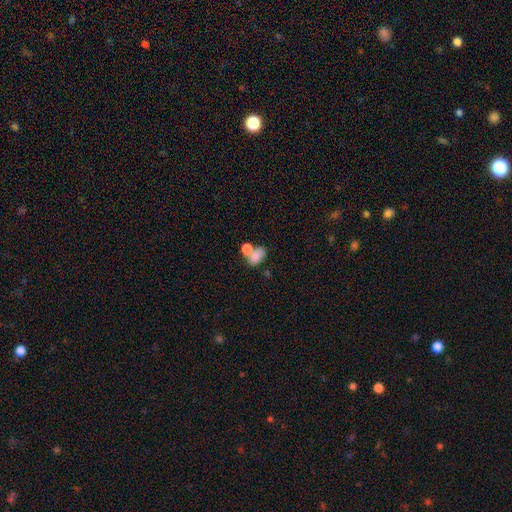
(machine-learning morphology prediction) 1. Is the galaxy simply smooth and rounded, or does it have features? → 80% smooth, 11% featured or disk, 9% star or artifact.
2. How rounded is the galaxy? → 85% in between, 13% round, 2% cigar-shaped.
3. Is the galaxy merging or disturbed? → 50% merger, 33% none, 11% minor disturbance, 6% major disturbance.